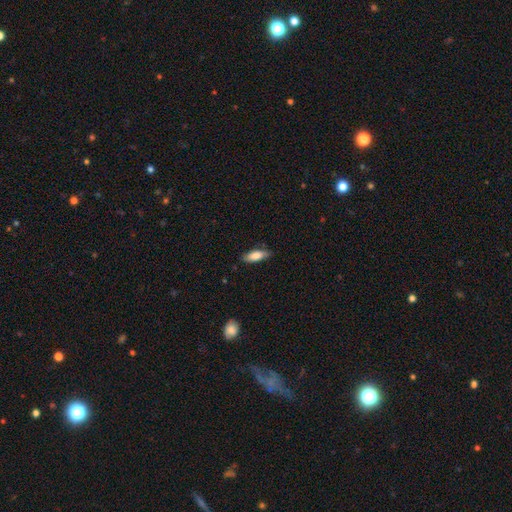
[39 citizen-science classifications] Smooth or featured?
  - smooth: 67% *
  - featured or disk: 31%
  - star or artifact: 3%
How rounded?
  - in between: 69% *
  - cigar-shaped: 23%
  - round: 8%
Merging?
  - none: 71% *
  - minor disturbance: 24%
  - merger: 5%
  - major disturbance: 0%